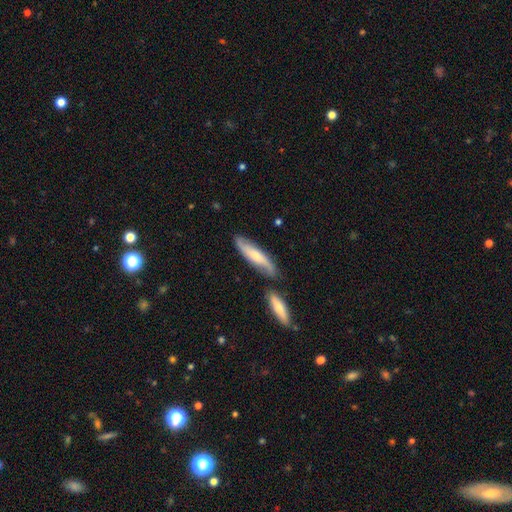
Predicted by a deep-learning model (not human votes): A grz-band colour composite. It shows a featured or disk galaxy (48%). Merging: none (67%).